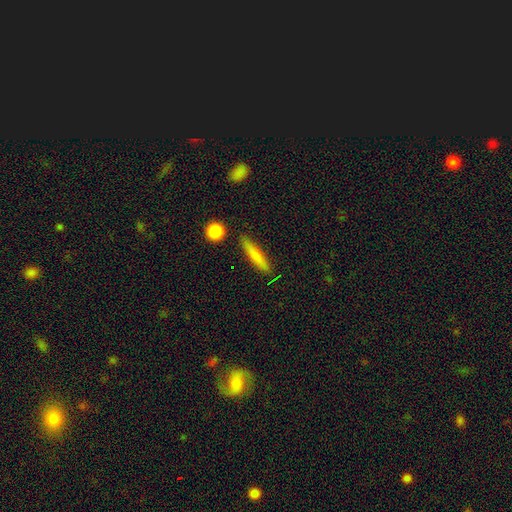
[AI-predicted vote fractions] Morphology: type=smooth (75%); roundness=cigar-shaped (89%); merging=none (86%).